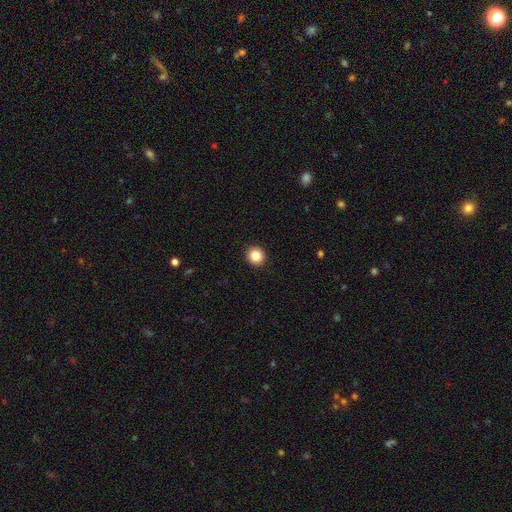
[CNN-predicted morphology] Smooth or featured? smooth (86%)
How rounded? round (92%)
Merging? none (93%)